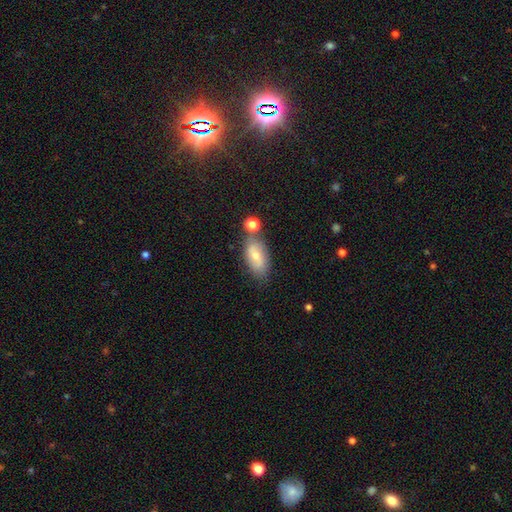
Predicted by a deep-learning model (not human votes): Smooth or featured? Predicted: smooth (p=0.63). How rounded? Predicted: in between (p=0.89). Merging? Predicted: none (p=0.62).